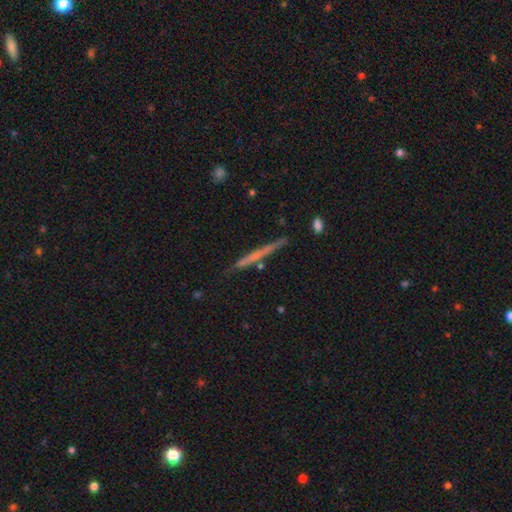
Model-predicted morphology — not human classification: Smooth or featured: smooth — 47% (featured or disk — 46%)
Merging: none — 87% (minor disturbance — 9%)